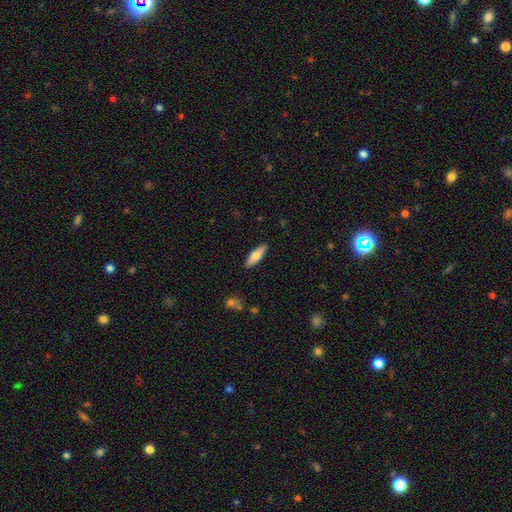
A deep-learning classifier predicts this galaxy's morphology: The model was most divided on "how rounded": cigar-shaped: 55%, in between: 43%, round: 2%. More confident: merging — none (90%); smooth or featured — smooth (71%).